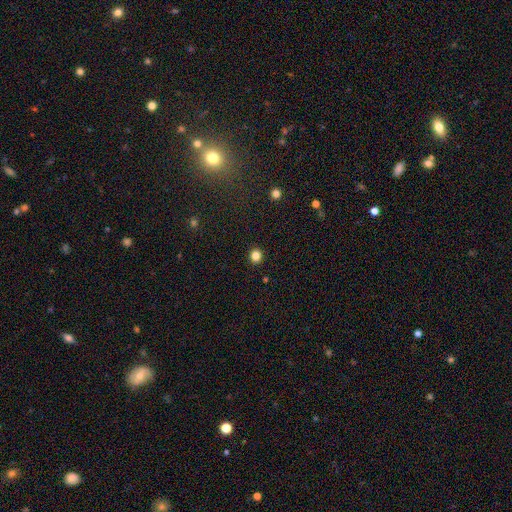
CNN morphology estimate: Smooth or featured? Predicted: smooth (p=0.83). How rounded? Predicted: round (p=0.89). Merging? Predicted: none (p=0.93).